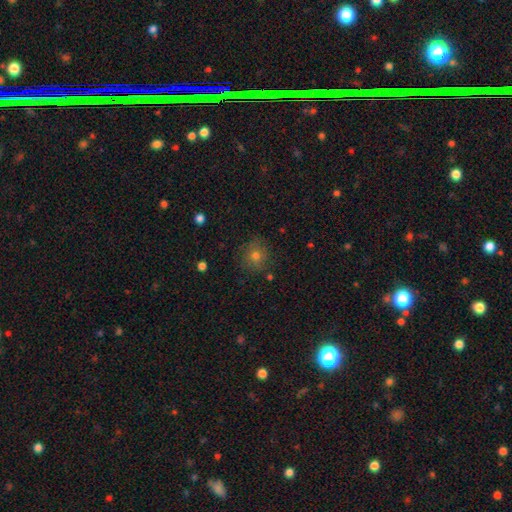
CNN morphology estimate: This is likely a smooth galaxy (68%). How rounded: clearly round (86%). Merging: clearly none (82%).